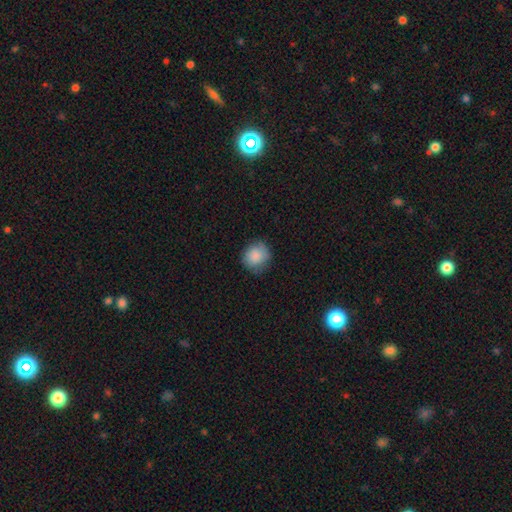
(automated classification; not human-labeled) The model was most divided on "merging": none: 79%, minor disturbance: 17%, major disturbance: 4%, merger: 1%. More confident: smooth or featured — smooth (86%); how rounded — round (85%).